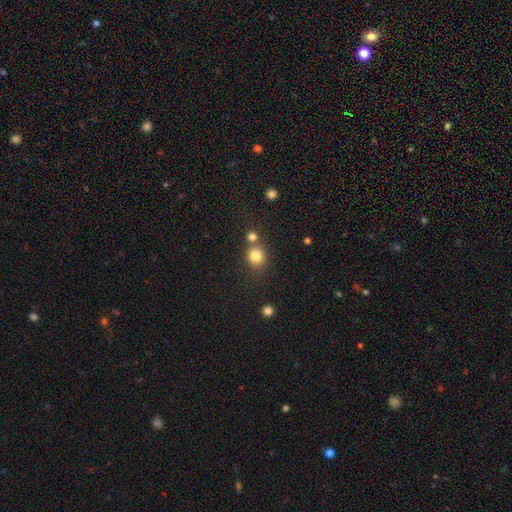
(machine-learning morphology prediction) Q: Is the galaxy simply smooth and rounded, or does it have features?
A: smooth — 81%.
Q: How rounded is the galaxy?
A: round — 85%.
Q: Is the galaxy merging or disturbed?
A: none — 68%.